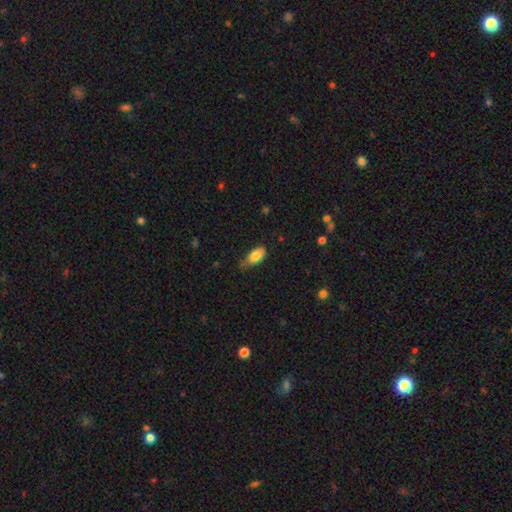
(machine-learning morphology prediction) smooth_or_featured: smooth (p=0.82) [alt: featured or disk p=0.11]
how_rounded: in between (p=0.91) [alt: cigar-shaped p=0.06]
merging: none (p=0.55) [alt: minor disturbance p=0.35]